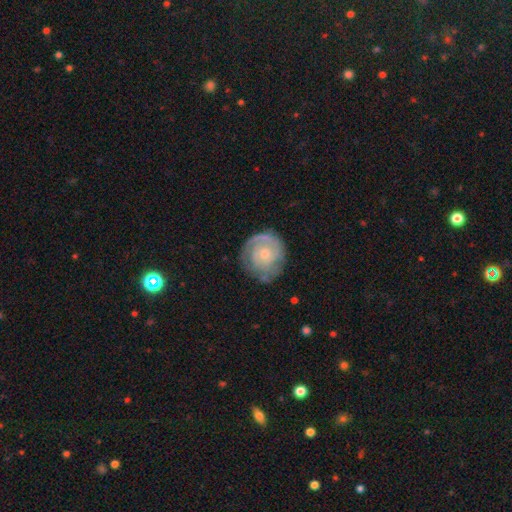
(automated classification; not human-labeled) Morphology: type=featured or disk (75%); edge-on=no (98%); bar=no (77%); spiral arms=yes (89%); winding=tight (72%); arm count=2 (37%); bulge=small (61%); merging=none (74%).